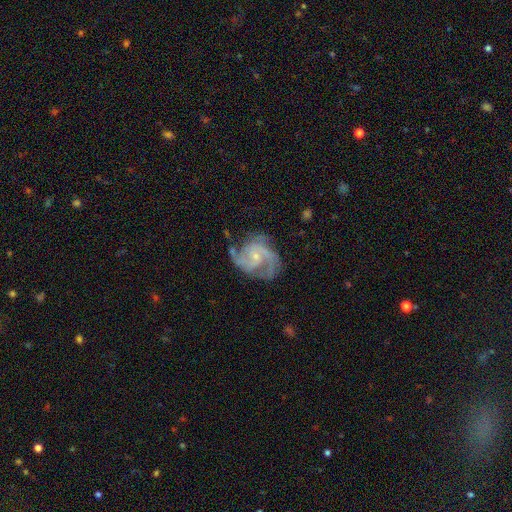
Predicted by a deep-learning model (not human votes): Smooth or featured? Predicted: featured or disk (p=0.89). Edge-on disk? Predicted: no (p=0.98). Bar? Predicted: no (p=0.62). Spiral arms? Predicted: yes (p=0.97). Spiral winding? Predicted: medium (p=0.53). Spiral arm count? Predicted: 3 (p=0.39). Bulge size? Predicted: small (p=0.75). Merging? Predicted: none (p=0.63).